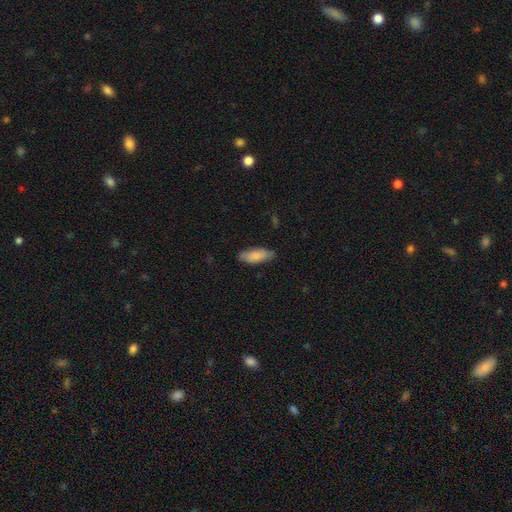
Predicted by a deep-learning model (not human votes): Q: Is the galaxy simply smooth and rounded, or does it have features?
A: smooth — 82%.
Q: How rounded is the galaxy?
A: in between — 73%.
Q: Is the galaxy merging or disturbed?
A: none — 79%.